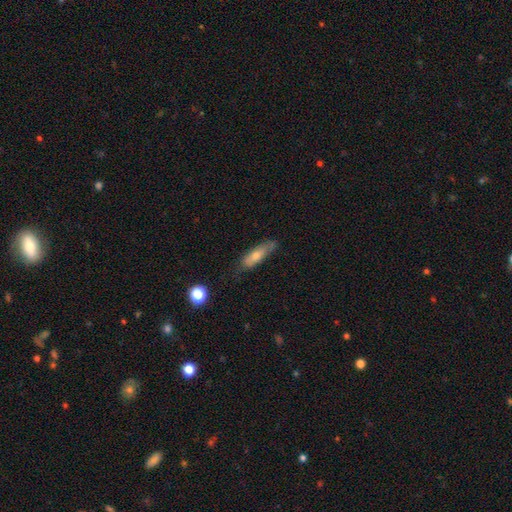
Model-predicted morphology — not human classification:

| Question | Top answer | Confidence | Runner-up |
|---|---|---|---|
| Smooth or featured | smooth | 61% | featured or disk (31%) |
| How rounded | cigar-shaped | 59% | in between (38%) |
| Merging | none | 67% | minor disturbance (25%) |